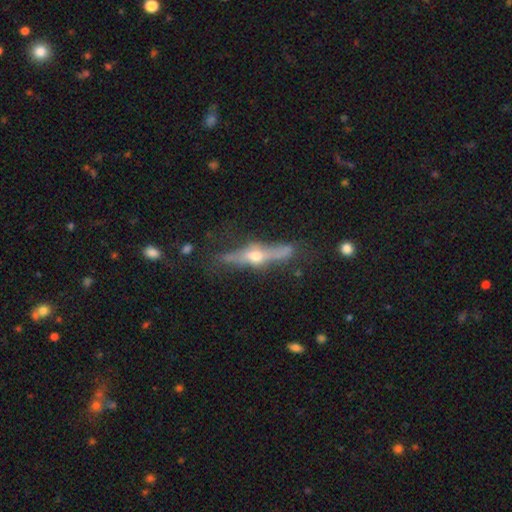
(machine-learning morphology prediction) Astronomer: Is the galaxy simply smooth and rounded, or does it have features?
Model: featured or disk — 76%.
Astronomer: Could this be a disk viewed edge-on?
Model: yes — 92%.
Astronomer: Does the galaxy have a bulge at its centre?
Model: rounded — 94%.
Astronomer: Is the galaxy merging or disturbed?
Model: none — 71%.